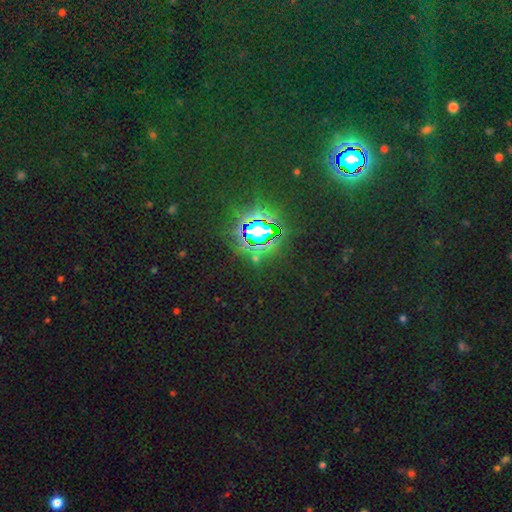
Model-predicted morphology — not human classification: This appears to be a star or artifact, not a galaxy (79%).